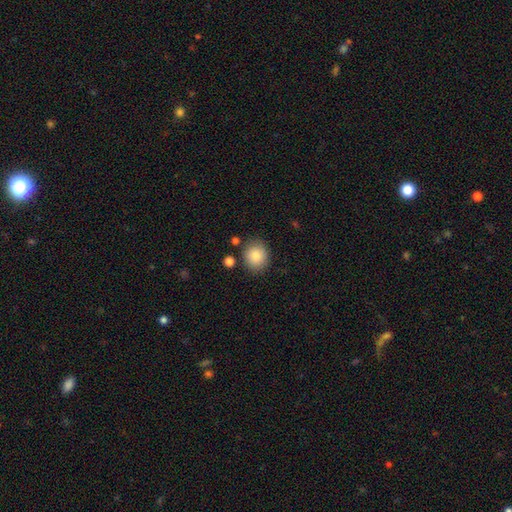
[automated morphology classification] Q: Smooth or featured?
A: smooth (86%); runner-up: star or artifact (8%)
Q: How rounded?
A: round (76%); runner-up: in between (23%)
Q: Merging?
A: none (82%); runner-up: minor disturbance (11%)